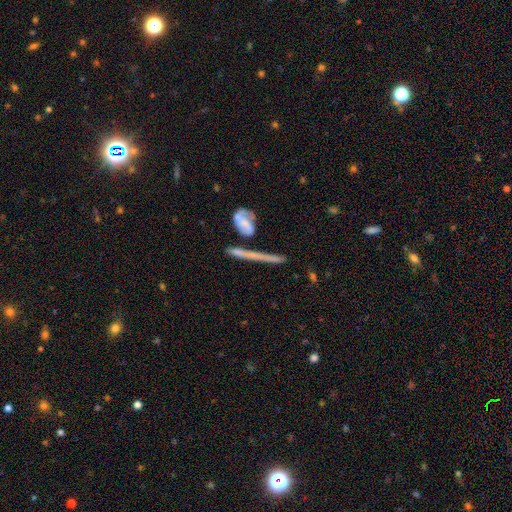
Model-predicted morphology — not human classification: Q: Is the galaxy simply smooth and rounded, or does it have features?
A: featured or disk — 52%.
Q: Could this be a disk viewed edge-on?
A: yes — 85%.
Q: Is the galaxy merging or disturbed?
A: none — 66%.